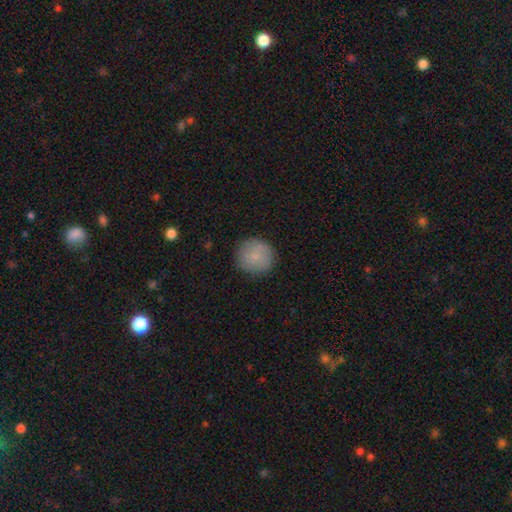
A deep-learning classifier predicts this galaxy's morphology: A smooth galaxy with no disk features (85%) that is round (94%).

Vote fractions:
- Smooth or featured? smooth: 85% / featured or disk: 8% / star or artifact: 7%
- How rounded? round: 94% / in between: 5% / cigar-shaped: 1%
- Merging? none: 87% / minor disturbance: 9% / major disturbance: 2% / merger: 1%